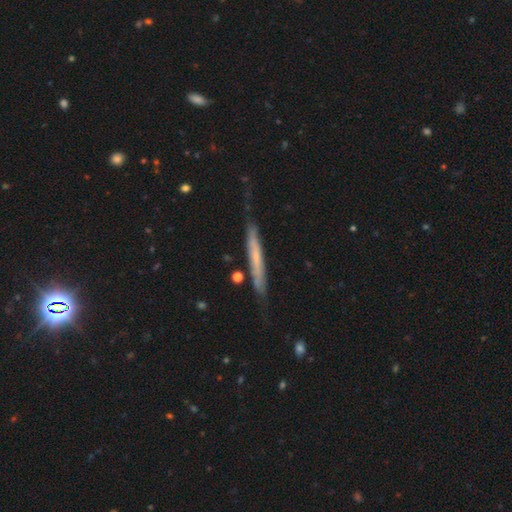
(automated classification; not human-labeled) Morphology: type=featured or disk (51%); edge-on=yes (86%); merging=none (70%).